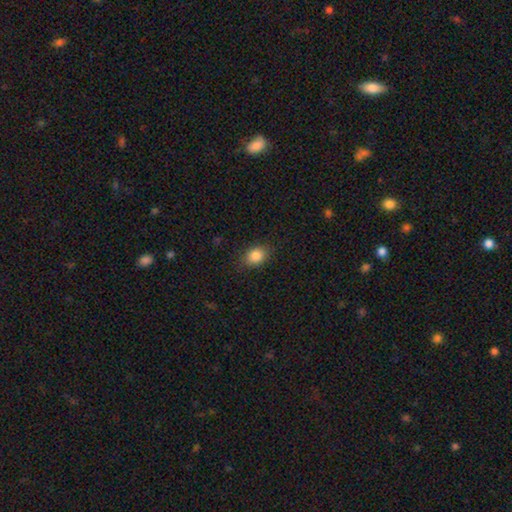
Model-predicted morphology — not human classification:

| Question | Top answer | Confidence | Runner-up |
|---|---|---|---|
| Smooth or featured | smooth | 85% | star or artifact (9%) |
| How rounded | in between | 66% | round (33%) |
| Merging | none | 85% | minor disturbance (11%) |